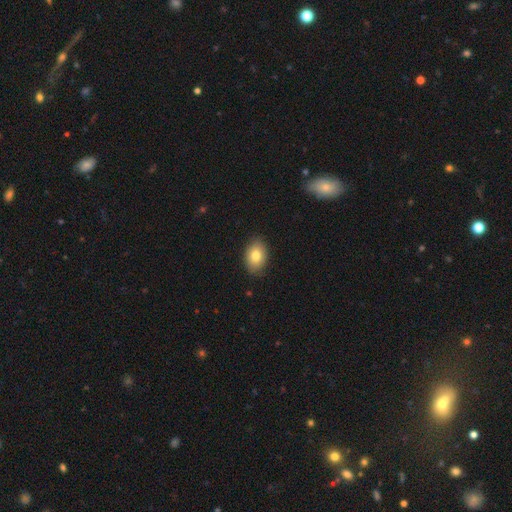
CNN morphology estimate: Smooth or featured?
  - smooth: 79% *
  - featured or disk: 13%
  - star or artifact: 8%
How rounded?
  - in between: 83% *
  - round: 16%
  - cigar-shaped: 1%
Merging?
  - none: 87% *
  - minor disturbance: 10%
  - major disturbance: 2%
  - merger: 1%